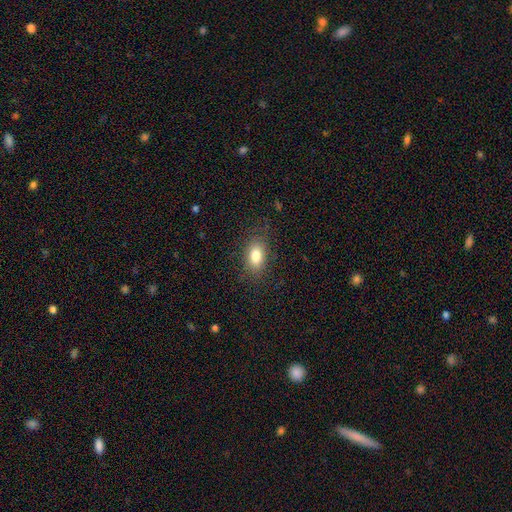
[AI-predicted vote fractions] A smooth galaxy with no disk features (81%) that is in between round and cigar-shaped (86%). Merging: none (81%).